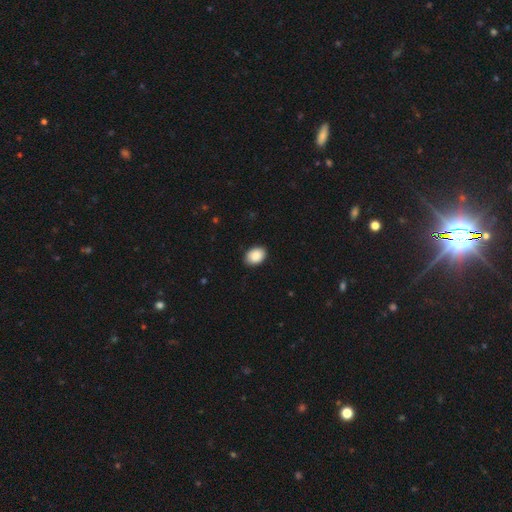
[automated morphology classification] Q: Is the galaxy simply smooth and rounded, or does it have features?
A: smooth — 90%.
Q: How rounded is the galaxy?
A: in between — 80%.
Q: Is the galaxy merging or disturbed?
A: none — 88%.